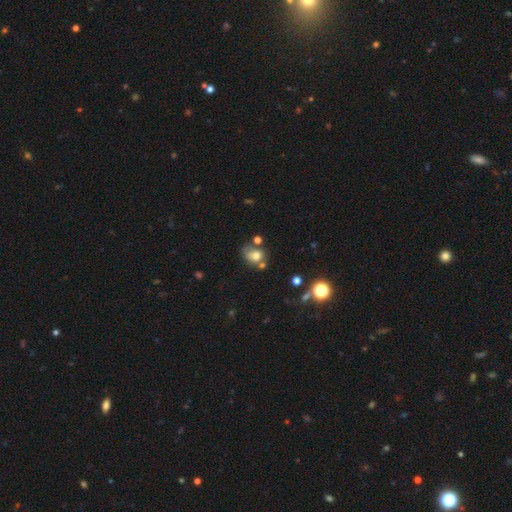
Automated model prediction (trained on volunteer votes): smooth_or_featured: smooth (p=0.66) [alt: featured or disk p=0.20]
how_rounded: in between (p=0.52) [alt: round p=0.47]
merging: none (p=0.39) [alt: minor disturbance p=0.23]